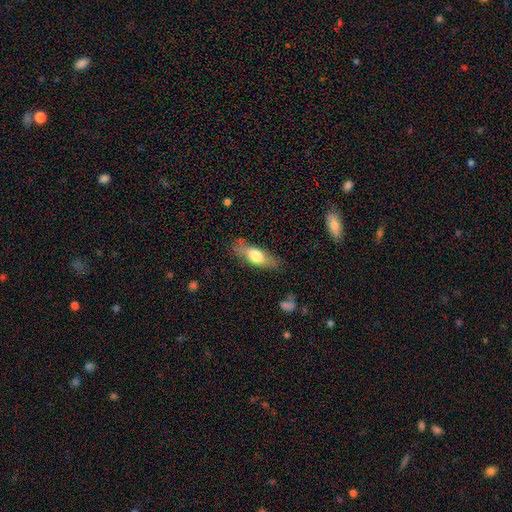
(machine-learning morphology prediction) Smooth or featured?
  - smooth: 63% *
  - featured or disk: 30%
  - star or artifact: 6%
How rounded?
  - in between: 56% *
  - cigar-shaped: 41%
  - round: 3%
Merging?
  - none: 75% *
  - minor disturbance: 18%
  - major disturbance: 5%
  - merger: 2%